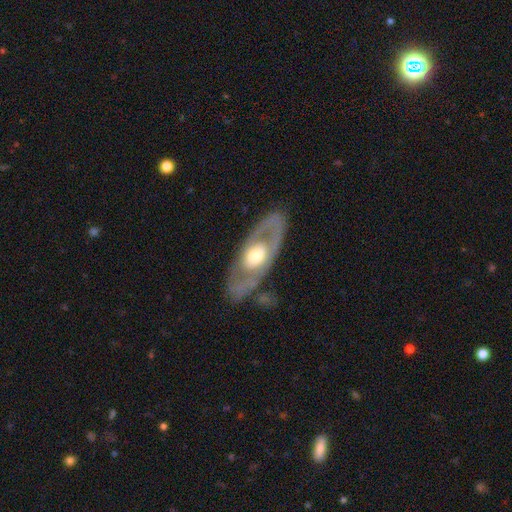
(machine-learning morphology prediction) A featured or disk galaxy (69%) with no bar (83%), no spiral arms (74%) and a moderate central bulge (57%).

Vote fractions:
- Smooth or featured? featured or disk: 69% / smooth: 27% / star or artifact: 5%
- Edge-on disk? no: 82% / yes: 18%
- Bar? no: 83% / weak: 13% / strong: 5%
- Spiral arms? no: 74% / yes: 26%
- Bulge size? moderate: 57% / large: 31% / small: 9% / dominant: 2% / none: 1%
- Merging? none: 79% / minor disturbance: 13% / major disturbance: 6% / merger: 3%